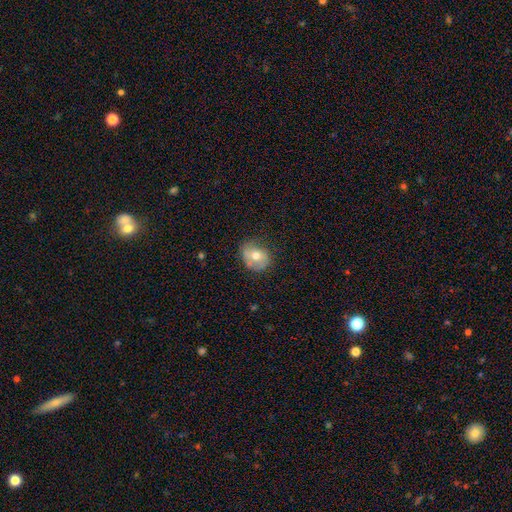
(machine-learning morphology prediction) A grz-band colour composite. It shows a smooth galaxy with no disk features (60%) that is round (53%). Merging: none (64%).